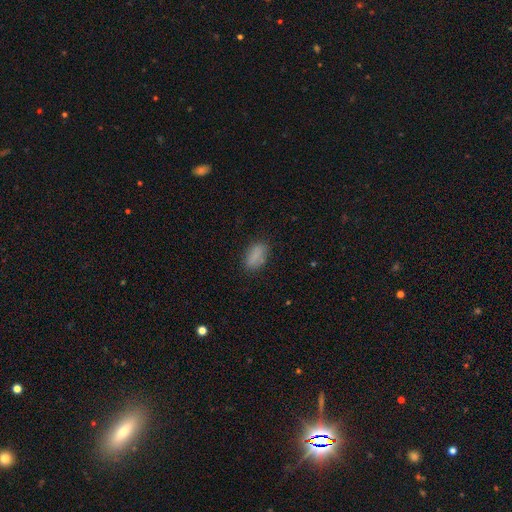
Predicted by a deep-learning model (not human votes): Smooth or featured?
  - smooth: 83% *
  - star or artifact: 9%
  - featured or disk: 7%
How rounded?
  - in between: 88% *
  - cigar-shaped: 6%
  - round: 5%
Merging?
  - none: 80% *
  - minor disturbance: 14%
  - major disturbance: 4%
  - merger: 2%